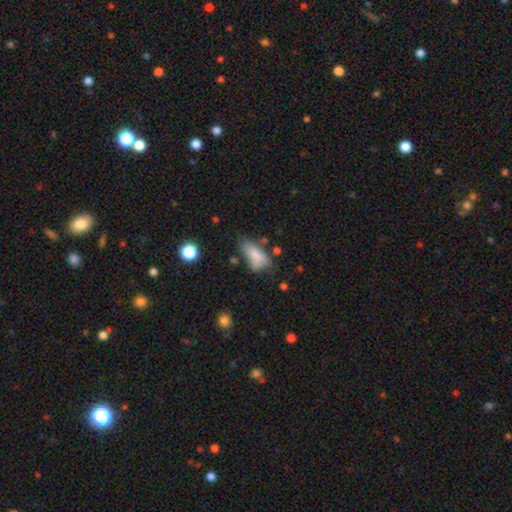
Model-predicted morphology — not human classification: smooth-or-featured: smooth: 75% | featured or disk: 16% | star or artifact: 9%
  how-rounded: in between: 86% | cigar-shaped: 11% | round: 3%
  merging: none: 43% | minor disturbance: 32% | major disturbance: 17% | merger: 8%